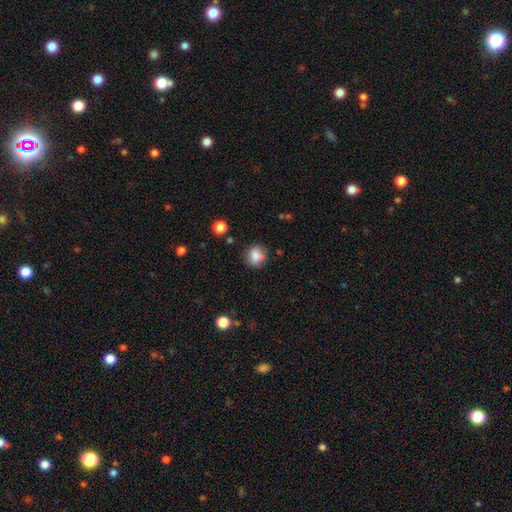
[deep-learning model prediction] Smooth or featured?
  - smooth: 83% *
  - star or artifact: 10%
  - featured or disk: 7%
How rounded?
  - round: 80% *
  - in between: 19%
  - cigar-shaped: 1%
Merging?
  - none: 78% *
  - minor disturbance: 15%
  - major disturbance: 4%
  - merger: 4%